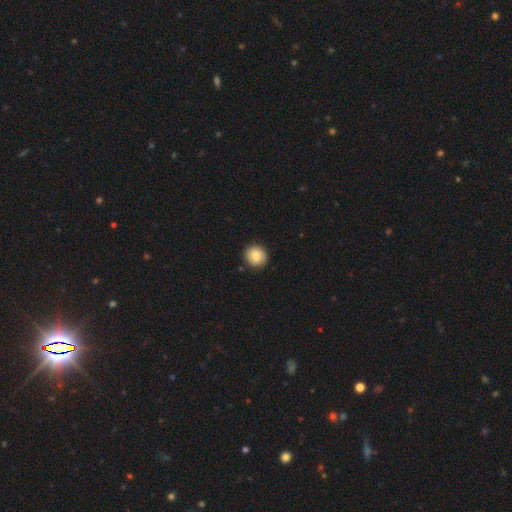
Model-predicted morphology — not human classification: A smooth galaxy with no disk features (82%) that is round (89%). Merging: none (86%).